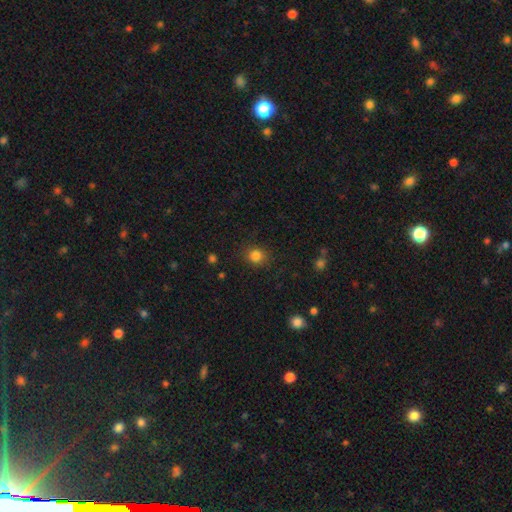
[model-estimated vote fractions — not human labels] A smooth galaxy with no disk features (83%) that is round (79%). Merging: none (86%).